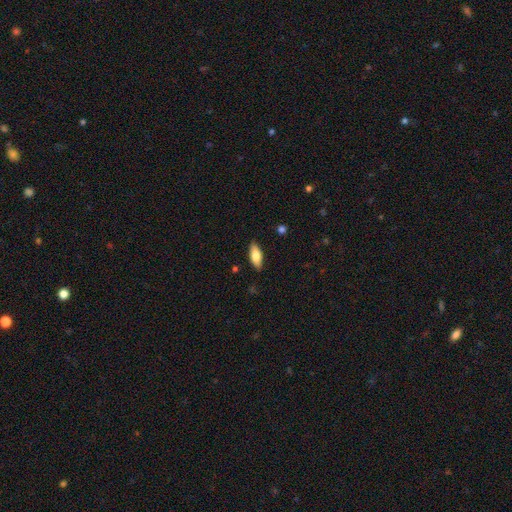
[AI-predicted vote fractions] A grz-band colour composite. It shows a smooth galaxy with no disk features (77%) that is in between round and cigar-shaped (81%). Merging: none (87%).